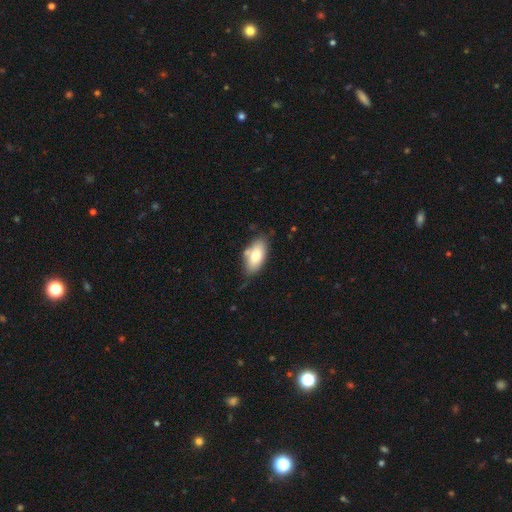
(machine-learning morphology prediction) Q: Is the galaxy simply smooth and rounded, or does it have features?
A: smooth — 75%.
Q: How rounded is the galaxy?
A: in between — 91%.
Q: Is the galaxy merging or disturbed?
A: none — 70%.